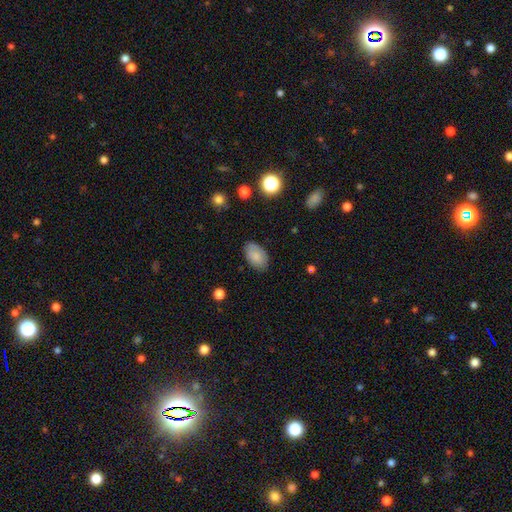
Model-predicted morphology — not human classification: Overall: smooth (81%). How rounded: in between (92%). Merging: none (82%).